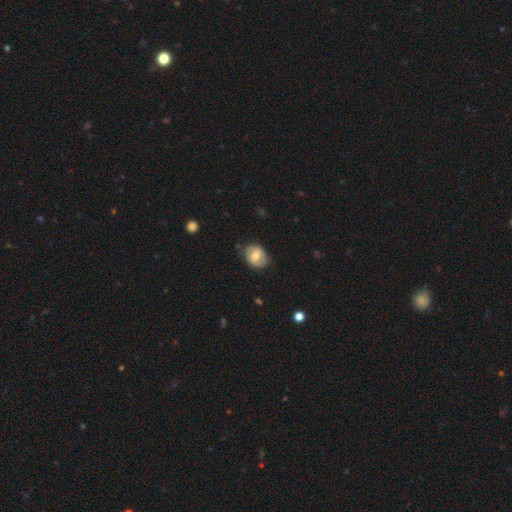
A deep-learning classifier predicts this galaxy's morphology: Q: Smooth or featured?
A: smooth (58%); runner-up: featured or disk (34%)
Q: How rounded?
A: in between (52%); runner-up: round (47%)
Q: Merging?
A: none (73%); runner-up: minor disturbance (20%)